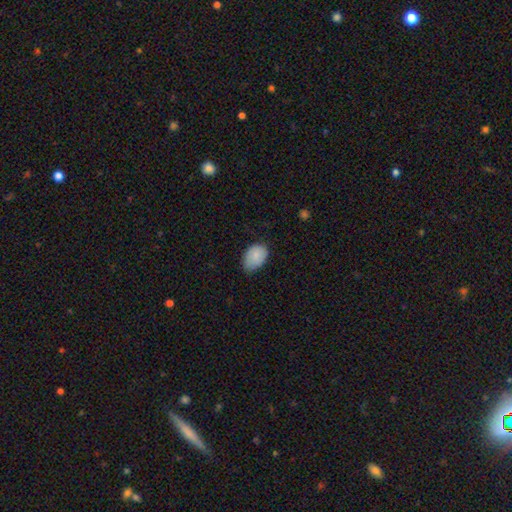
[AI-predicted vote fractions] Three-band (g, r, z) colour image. It shows a smooth galaxy with no disk features (85%) that is in between round and cigar-shaped (84%). Merging: none (55%).